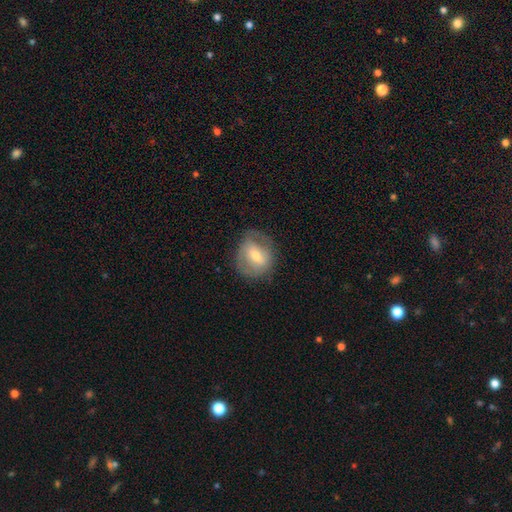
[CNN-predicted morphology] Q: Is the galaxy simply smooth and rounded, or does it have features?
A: featured or disk — 50%.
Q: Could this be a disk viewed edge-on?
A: no — 94%.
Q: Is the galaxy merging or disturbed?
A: none — 67%.